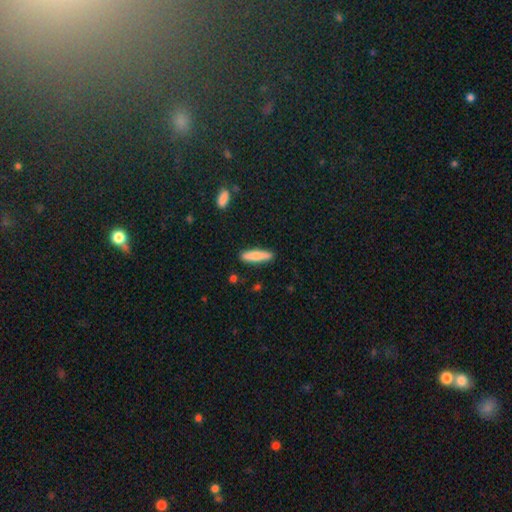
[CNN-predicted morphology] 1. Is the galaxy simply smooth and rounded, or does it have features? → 78% smooth, 17% featured or disk, 5% star or artifact.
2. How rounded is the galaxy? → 79% cigar-shaped, 19% in between, 2% round.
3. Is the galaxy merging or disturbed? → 88% none, 8% minor disturbance, 2% major disturbance, 2% merger.